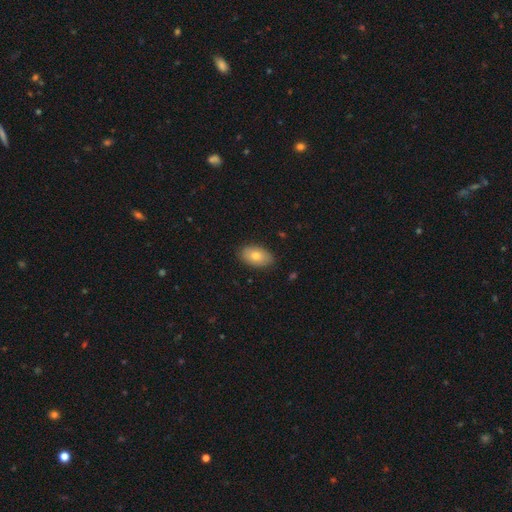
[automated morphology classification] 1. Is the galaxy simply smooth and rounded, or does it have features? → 77% smooth, 15% featured or disk, 7% star or artifact.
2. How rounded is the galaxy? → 92% in between, 6% round, 2% cigar-shaped.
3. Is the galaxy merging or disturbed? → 87% none, 10% minor disturbance, 2% major disturbance, 1% merger.